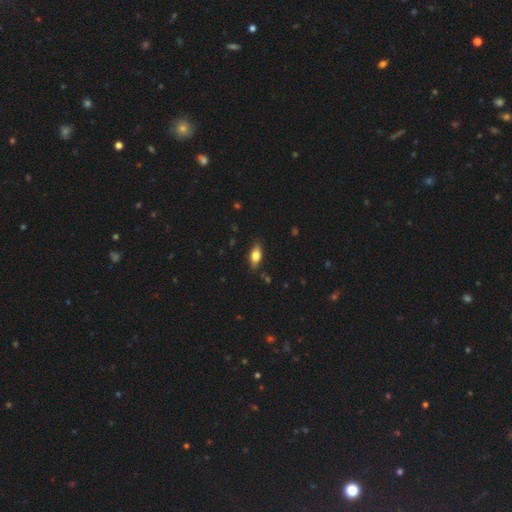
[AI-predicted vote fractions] Smooth or featured? smooth (72%)
How rounded? in between (83%)
Merging? none (82%)